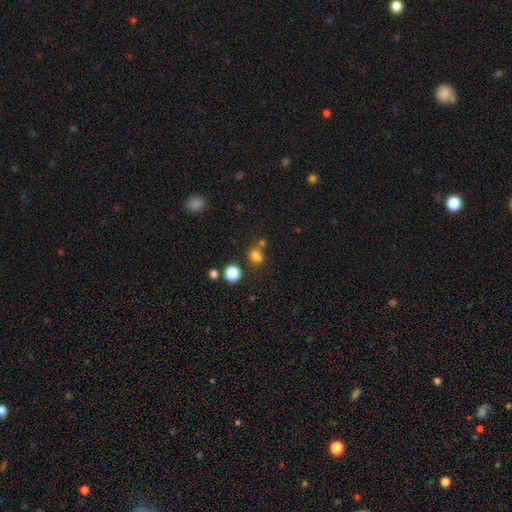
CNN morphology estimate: Smooth or featured?
  - smooth: 76% *
  - star or artifact: 18%
  - featured or disk: 6%
How rounded?
  - round: 69% *
  - in between: 30%
  - cigar-shaped: 1%
Merging?
  - none: 62% *
  - merger: 20%
  - minor disturbance: 12%
  - major disturbance: 5%